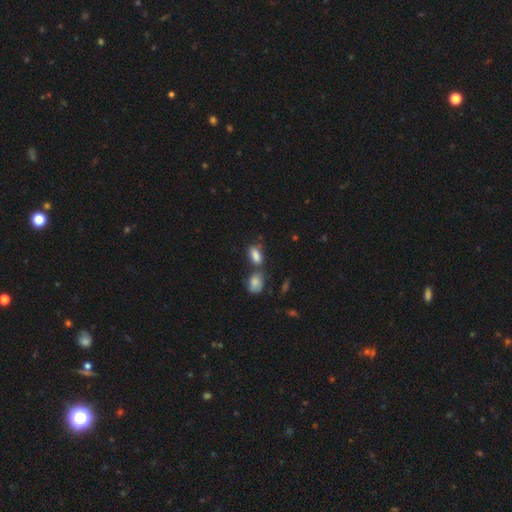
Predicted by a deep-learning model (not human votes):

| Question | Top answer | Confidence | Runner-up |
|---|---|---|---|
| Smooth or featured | smooth | 82% | star or artifact (10%) |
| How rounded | in between | 86% | round (7%) |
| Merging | none | 43% | merger (34%) |